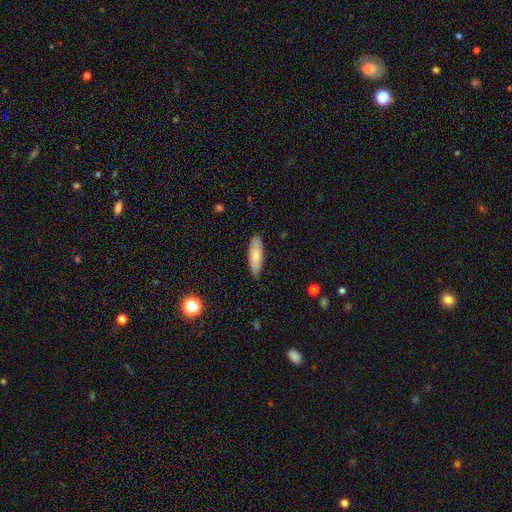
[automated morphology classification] Q: Smooth or featured?
A: smooth (73%); runner-up: featured or disk (21%)
Q: How rounded?
A: in between (57%); runner-up: cigar-shaped (41%)
Q: Merging?
A: none (87%); runner-up: minor disturbance (10%)